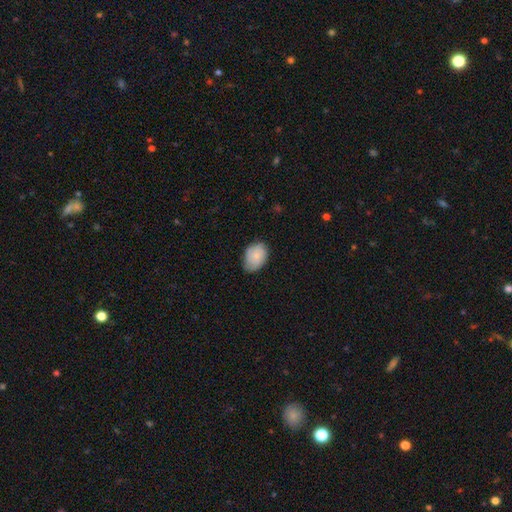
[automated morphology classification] Smooth or featured?
  - smooth: 78% *
  - featured or disk: 16%
  - star or artifact: 6%
How rounded?
  - in between: 81% *
  - round: 18%
  - cigar-shaped: 1%
Merging?
  - none: 70% *
  - minor disturbance: 25%
  - major disturbance: 4%
  - merger: 1%